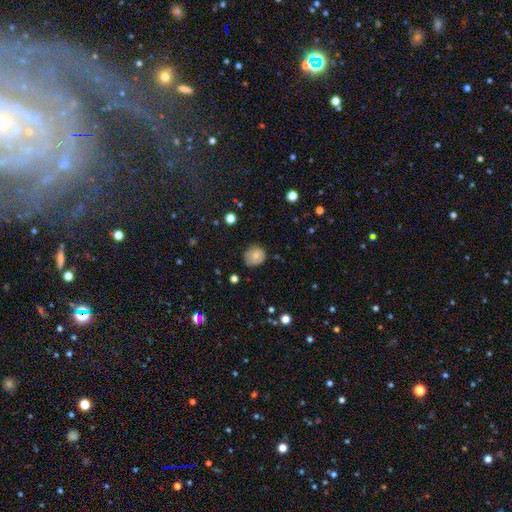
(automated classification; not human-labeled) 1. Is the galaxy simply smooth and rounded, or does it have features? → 77% smooth, 13% featured or disk, 10% star or artifact.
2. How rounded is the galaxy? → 76% round, 23% in between, 1% cigar-shaped.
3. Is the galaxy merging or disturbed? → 70% none, 24% minor disturbance, 4% major disturbance, 1% merger.